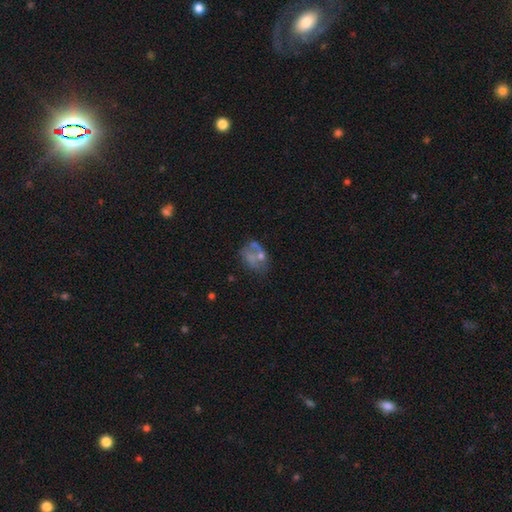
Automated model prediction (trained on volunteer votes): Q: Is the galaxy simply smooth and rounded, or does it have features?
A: featured or disk — 48%.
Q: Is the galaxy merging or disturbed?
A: none — 33%.